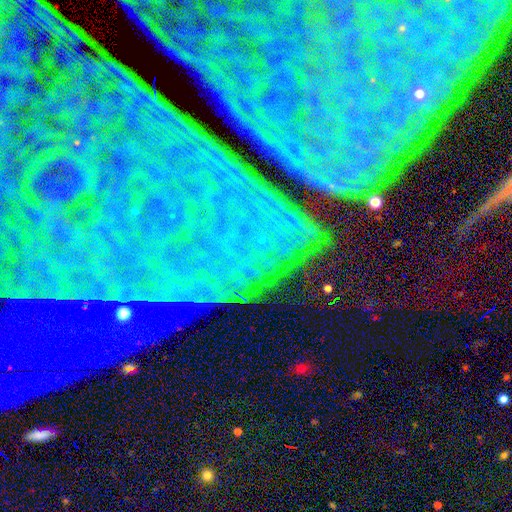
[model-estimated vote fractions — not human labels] This is clearly a star or artifact rather than a galaxy (84%).